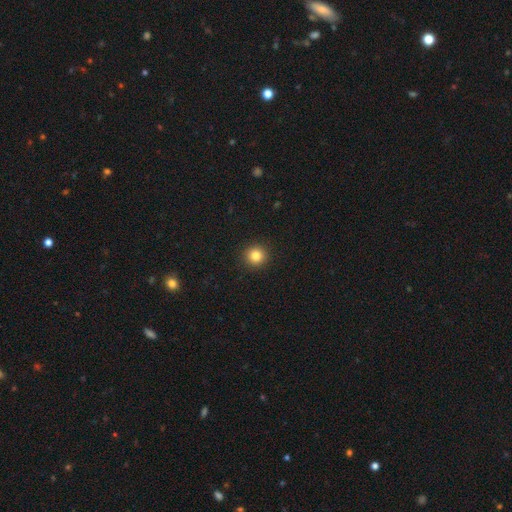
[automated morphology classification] This appears to be a smooth galaxy with no disk features (83%) that is round (94%). Merging: none (93%).